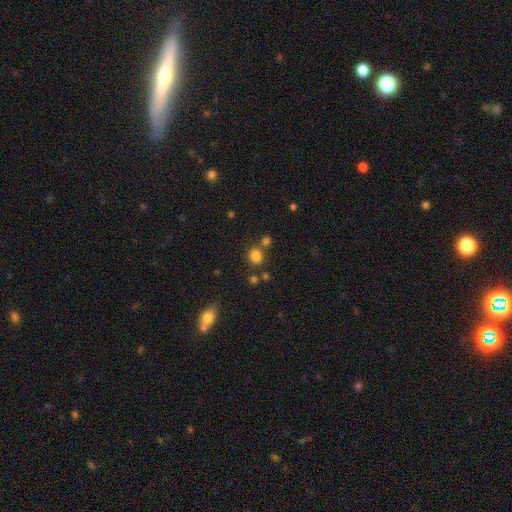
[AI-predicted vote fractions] Smooth or featured? smooth (80%)
How rounded? round (65%)
Merging? none (69%)